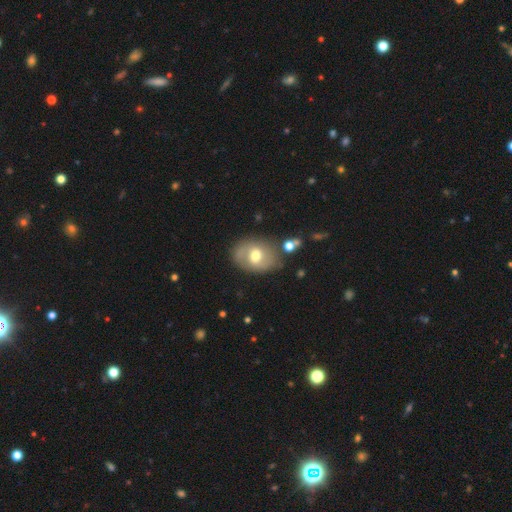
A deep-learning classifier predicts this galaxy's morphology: A smooth galaxy with no disk features (48%). Merging: none (70%).